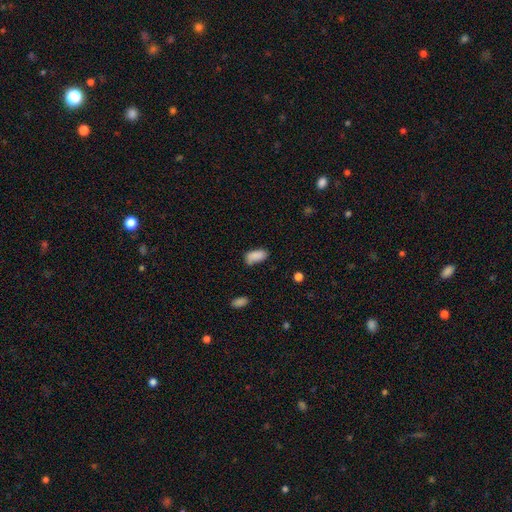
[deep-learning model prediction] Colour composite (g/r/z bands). It shows a smooth galaxy with no disk features (87%) that is in between round and cigar-shaped (91%). Merging: none (66%).